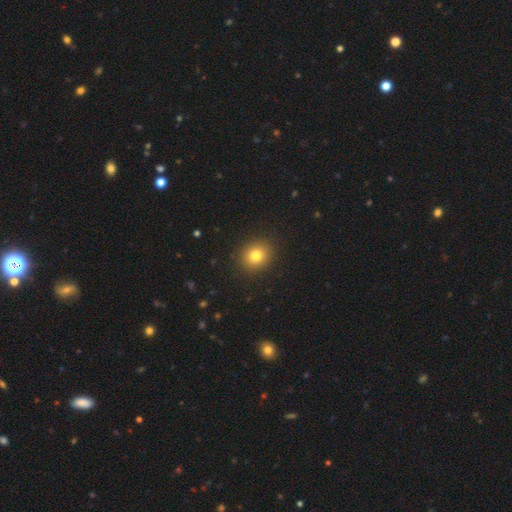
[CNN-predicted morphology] A smooth galaxy with no disk features (80%) that is round (76%).

Vote fractions:
- Smooth or featured? smooth: 80% / star or artifact: 12% / featured or disk: 8%
- How rounded? round: 76% / in between: 23% / cigar-shaped: 1%
- Merging? none: 90% / minor disturbance: 6% / major disturbance: 2% / merger: 1%